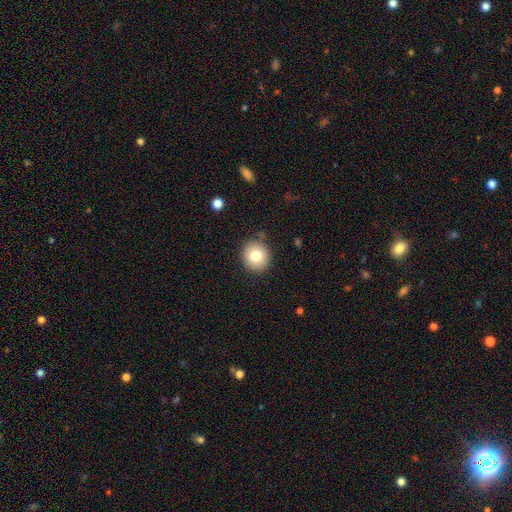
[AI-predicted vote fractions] smooth 80%, featured or disk 10%, star or artifact 10%. Down the decision tree: how rounded — round (87%); merging — none (86%).